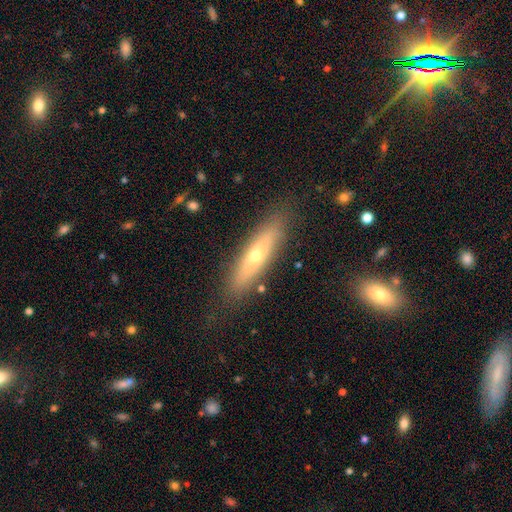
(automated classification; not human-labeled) Overall: featured or disk (46%; smooth 45%). Merging: none (84%).